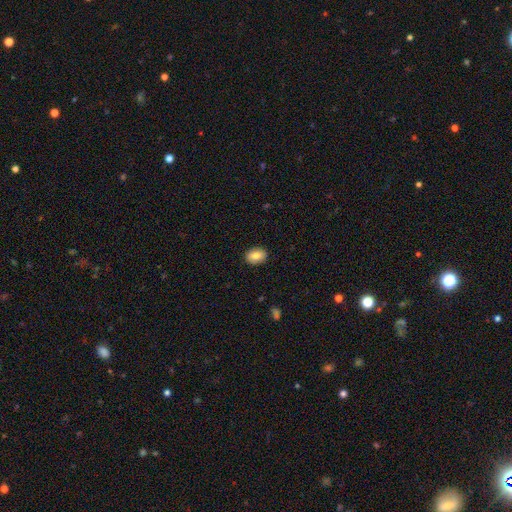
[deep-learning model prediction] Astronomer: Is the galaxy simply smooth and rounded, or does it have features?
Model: smooth — 82%.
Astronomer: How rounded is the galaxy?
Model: in between — 80%.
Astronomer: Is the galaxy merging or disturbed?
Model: none — 89%.